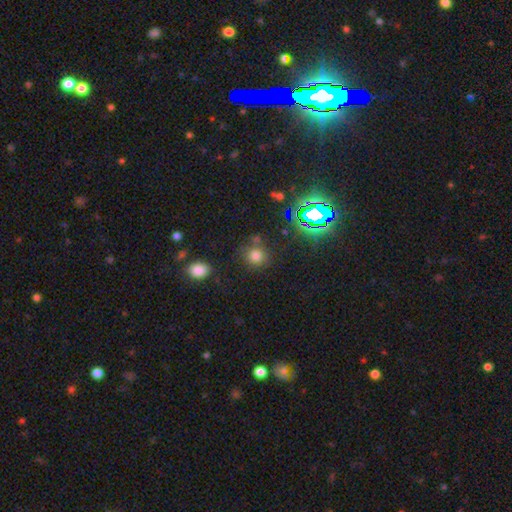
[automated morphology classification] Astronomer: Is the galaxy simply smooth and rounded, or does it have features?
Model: smooth — 70%.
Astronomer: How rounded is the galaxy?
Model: round — 87%.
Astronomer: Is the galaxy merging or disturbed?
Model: none — 75%.